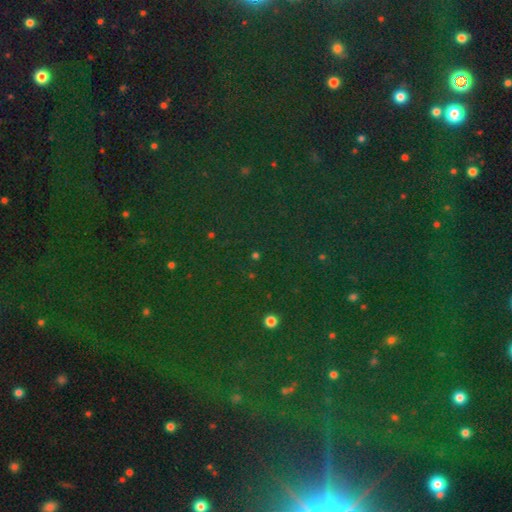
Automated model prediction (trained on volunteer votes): smooth_or_featured: star or artifact (p=0.78) [alt: smooth p=0.14]